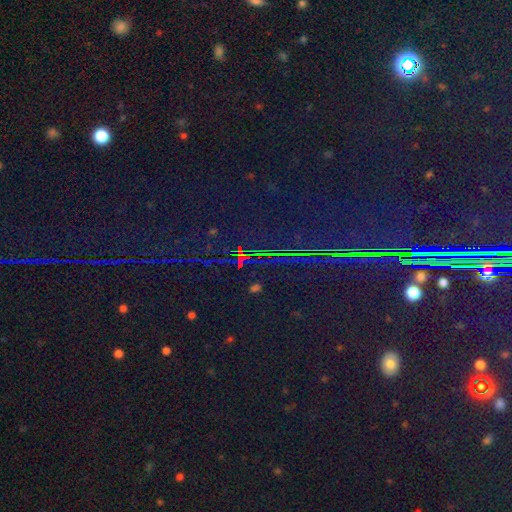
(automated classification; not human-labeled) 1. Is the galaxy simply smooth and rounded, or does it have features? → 83% star or artifact, 9% smooth, 7% featured or disk.